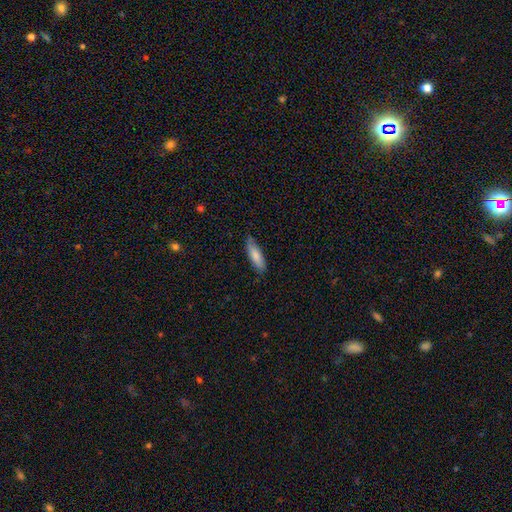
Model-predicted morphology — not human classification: Smooth or featured? Predicted: smooth (p=0.82). How rounded? Predicted: cigar-shaped (p=0.51). Merging? Predicted: none (p=0.80).